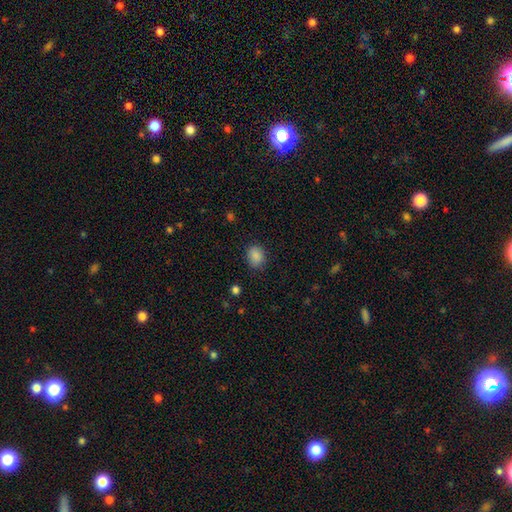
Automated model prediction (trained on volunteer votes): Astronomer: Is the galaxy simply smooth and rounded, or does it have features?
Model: smooth — 87%.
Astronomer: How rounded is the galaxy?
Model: in between — 55% (runner-up: round, 44%).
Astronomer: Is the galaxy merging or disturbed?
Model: none — 82%.